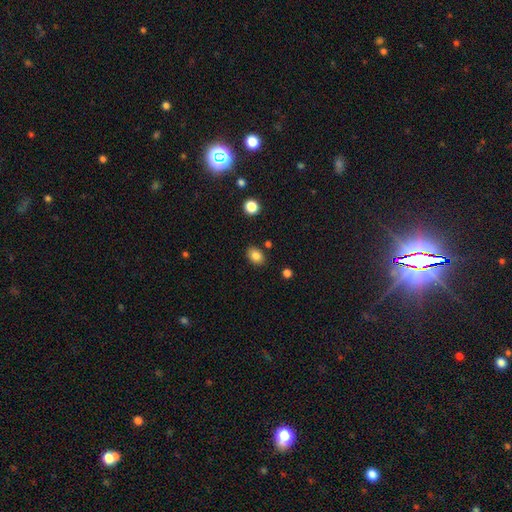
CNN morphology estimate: Smooth or featured?
  - smooth: 84% *
  - star or artifact: 9%
  - featured or disk: 7%
How rounded?
  - in between: 75% *
  - round: 24%
  - cigar-shaped: 1%
Merging?
  - none: 84% *
  - minor disturbance: 10%
  - merger: 3%
  - major disturbance: 2%